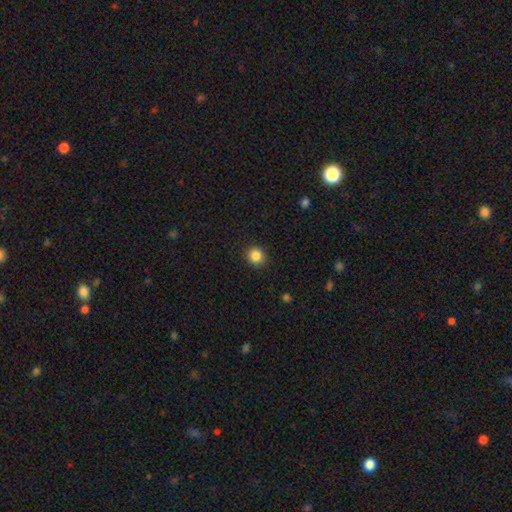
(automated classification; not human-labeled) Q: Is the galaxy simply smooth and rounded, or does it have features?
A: smooth — 86%.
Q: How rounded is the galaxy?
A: round — 89%.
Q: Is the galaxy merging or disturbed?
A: none — 91%.